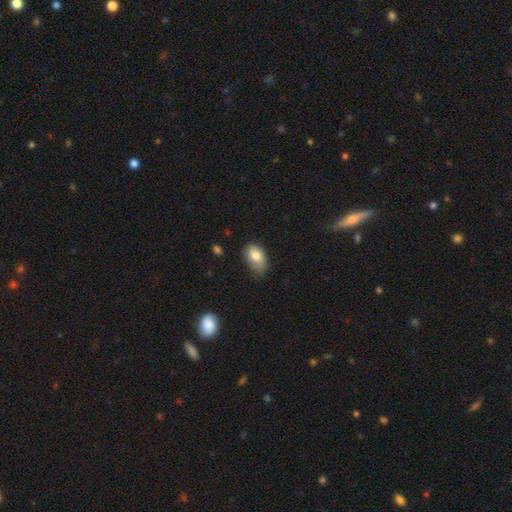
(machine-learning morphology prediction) Smooth or featured: smooth — 81% (featured or disk — 11%)
How rounded: in between — 90% (round — 9%)
Merging: none — 55% (minor disturbance — 36%)